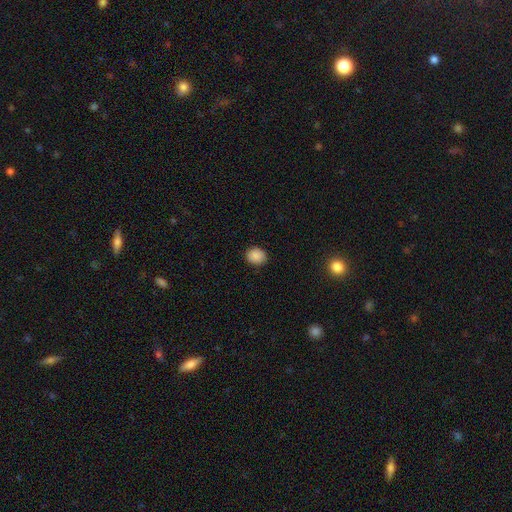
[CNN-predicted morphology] smooth-or-featured: smooth: 87% | star or artifact: 9% | featured or disk: 4%
  how-rounded: round: 62% | in between: 37% | cigar-shaped: 1%
  merging: none: 88% | minor disturbance: 9% | major disturbance: 2% | merger: 1%